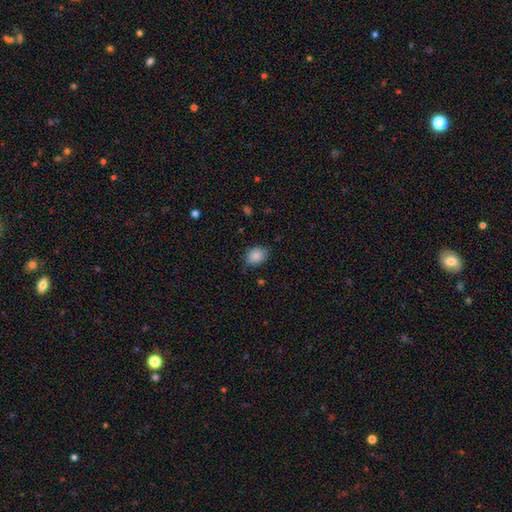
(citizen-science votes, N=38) smooth_or_featured: smooth (p=0.92) [alt: star or artifact p=0.05]
how_rounded: in between (p=0.63) [alt: round p=0.34]
merging: none (p=0.81) [alt: minor disturbance p=0.14]